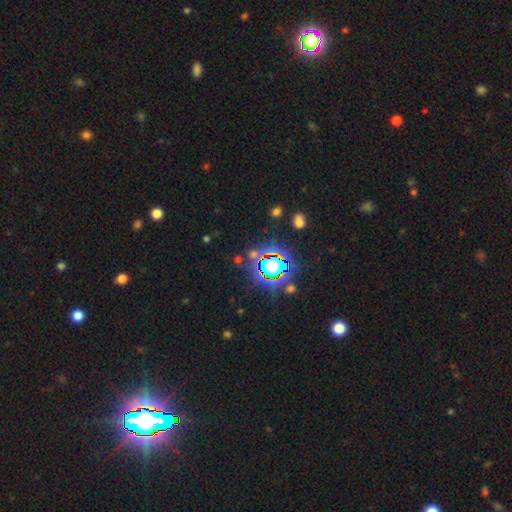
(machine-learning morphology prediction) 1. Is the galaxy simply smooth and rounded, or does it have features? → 74% star or artifact, 17% smooth, 9% featured or disk.